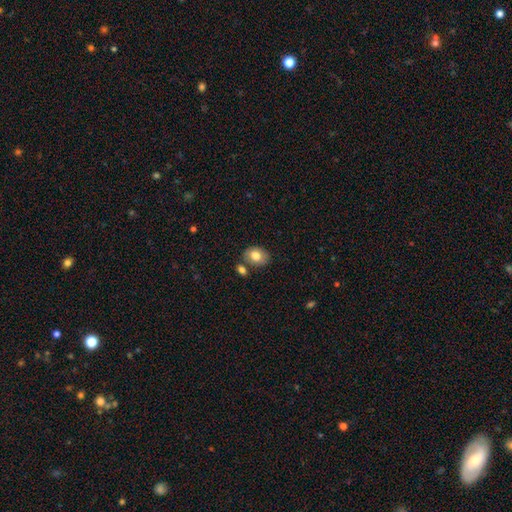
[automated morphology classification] A smooth galaxy with no disk features (78%) that is in between round and cigar-shaped (71%). Merging: none (72%).